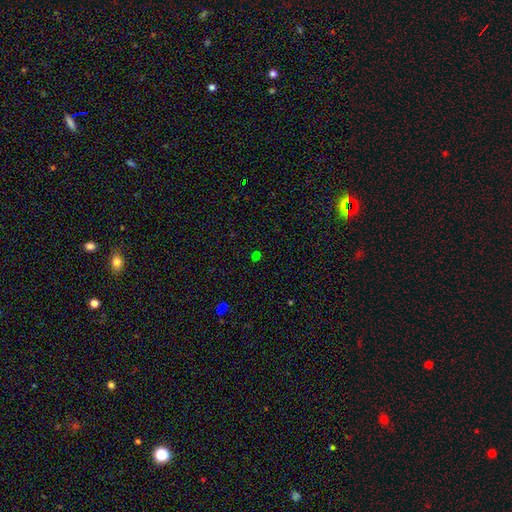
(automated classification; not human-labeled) The model was most divided on "smooth or featured": star or artifact: 54%, smooth: 38%, featured or disk: 8%.